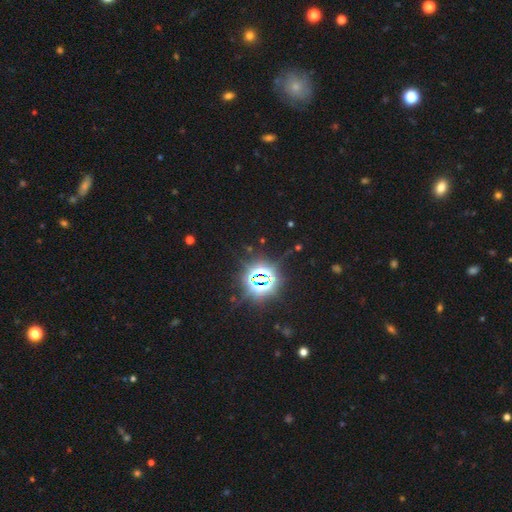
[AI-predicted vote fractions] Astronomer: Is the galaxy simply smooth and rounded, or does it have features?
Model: star or artifact — 83%.